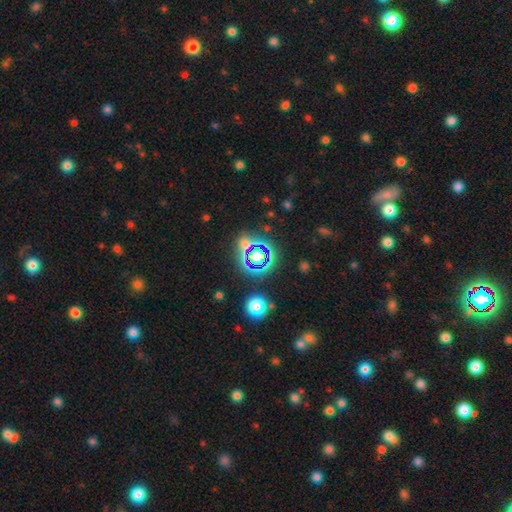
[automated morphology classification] A star or artifact, not a galaxy (59%).

Vote fractions:
- Smooth or featured? star or artifact: 59% / smooth: 29% / featured or disk: 11%